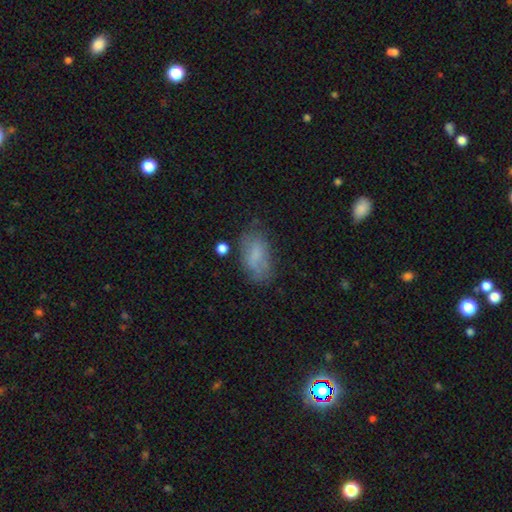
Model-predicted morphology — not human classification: smooth-or-featured: smooth: 71% | featured or disk: 20% | star or artifact: 9%
  how-rounded: in between: 91% | cigar-shaped: 5% | round: 4%
  merging: none: 58% | minor disturbance: 26% | major disturbance: 12% | merger: 4%